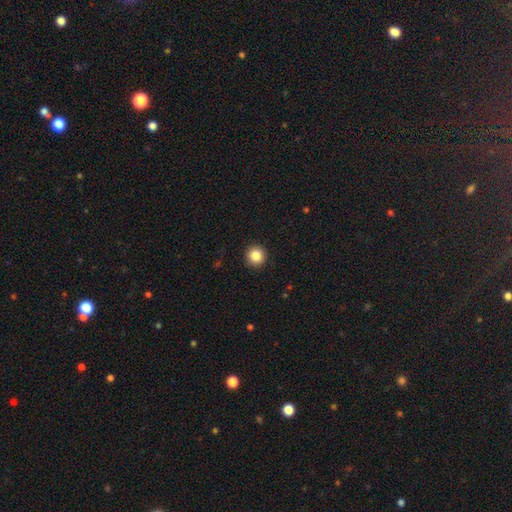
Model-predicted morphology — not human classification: This is clearly a smooth galaxy (85%). How rounded: clearly round (95%). Merging: clearly none (93%).